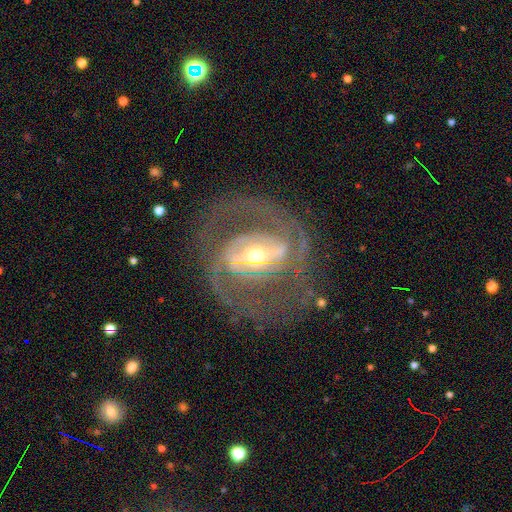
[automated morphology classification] Smooth or featured? featured or disk (87%)
Edge-on disk? no (95%)
Bar? strong (54%)
Spiral arms? yes (88%)
Spiral winding? medium (45%)
Spiral arm count? 2 (72%)
Bulge size? moderate (56%)
Merging? none (69%)